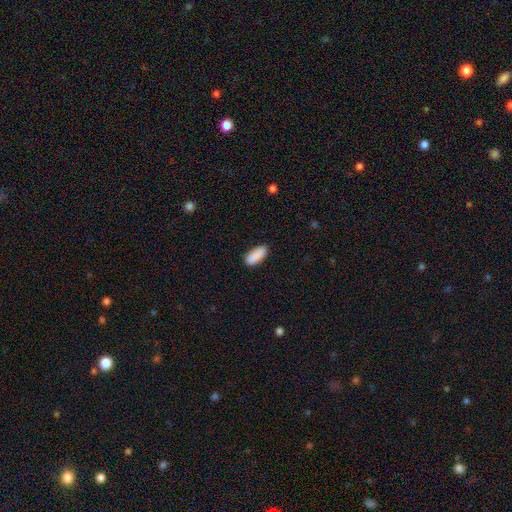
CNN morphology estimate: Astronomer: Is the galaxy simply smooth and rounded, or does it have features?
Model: smooth — 90%.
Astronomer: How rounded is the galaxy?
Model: in between — 78%.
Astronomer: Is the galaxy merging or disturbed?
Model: none — 86%.